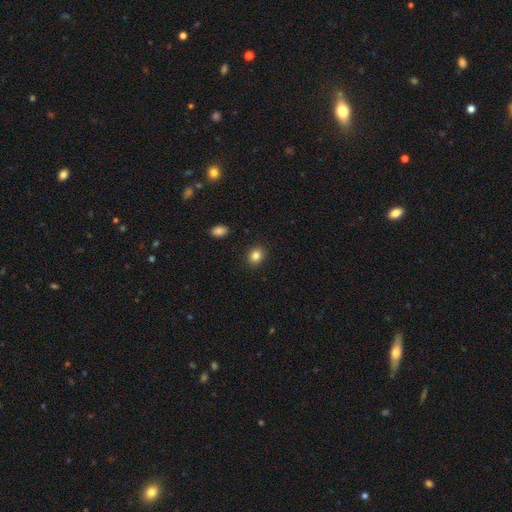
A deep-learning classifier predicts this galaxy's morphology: A smooth galaxy with no disk features (84%) that is round (66%).

Vote fractions:
- Smooth or featured? smooth: 84% / star or artifact: 10% / featured or disk: 6%
- How rounded? round: 66% / in between: 33% / cigar-shaped: 1%
- Merging? none: 90% / minor disturbance: 6% / major disturbance: 2% / merger: 1%